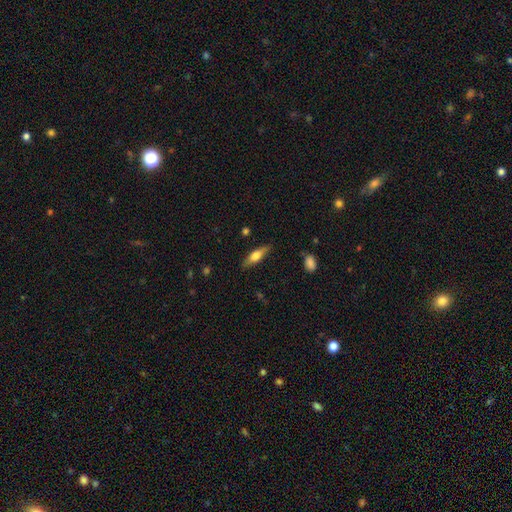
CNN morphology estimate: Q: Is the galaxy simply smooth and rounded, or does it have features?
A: smooth — 53%.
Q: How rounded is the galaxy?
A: cigar-shaped — 56%.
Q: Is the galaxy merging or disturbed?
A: none — 84%.